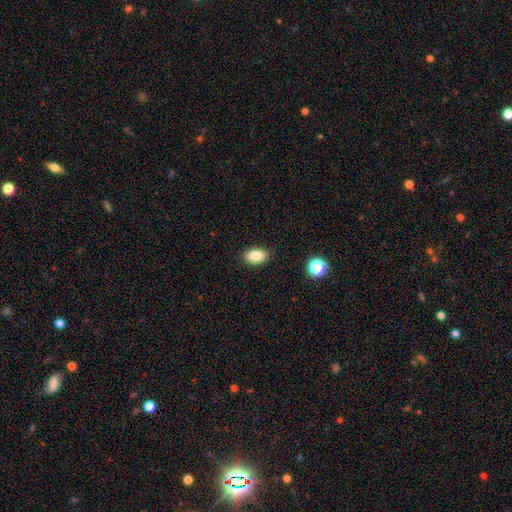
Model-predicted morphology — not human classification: smooth_or_featured: smooth (p=0.84) [alt: star or artifact p=0.09]
how_rounded: in between (p=0.88) [alt: round p=0.10]
merging: none (p=0.88) [alt: minor disturbance p=0.09]